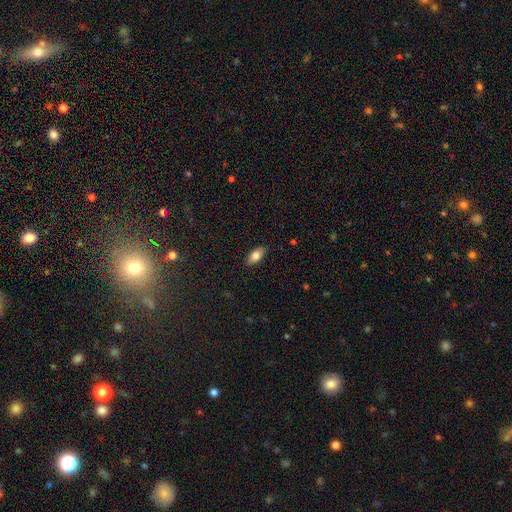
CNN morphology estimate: A smooth galaxy with no disk features (78%) that is in between round and cigar-shaped (87%).

Vote fractions:
- Smooth or featured? smooth: 78% / featured or disk: 15% / star or artifact: 7%
- How rounded? in between: 87% / cigar-shaped: 9% / round: 3%
- Merging? none: 88% / minor disturbance: 9% / major disturbance: 2% / merger: 1%